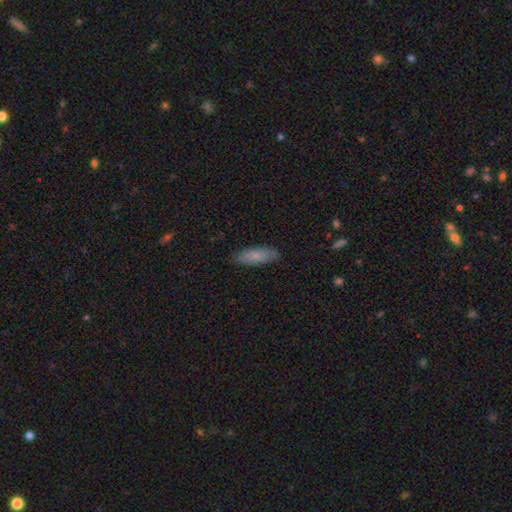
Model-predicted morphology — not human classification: Smooth or featured? smooth (80%)
How rounded? in between (59%)
Merging? none (85%)